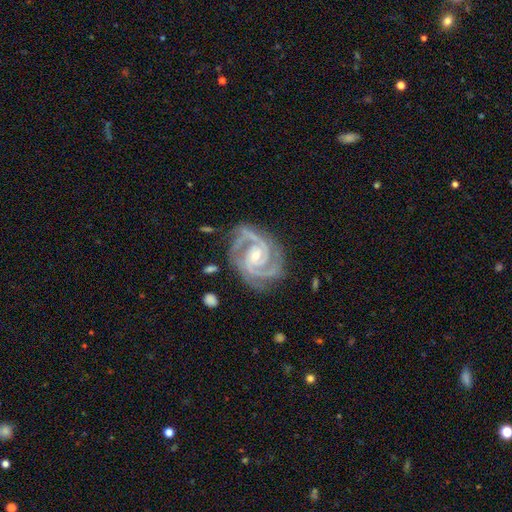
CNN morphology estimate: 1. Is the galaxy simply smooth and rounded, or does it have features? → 93% featured or disk, 4% star or artifact, 2% smooth.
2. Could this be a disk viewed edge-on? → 98% no, 2% yes.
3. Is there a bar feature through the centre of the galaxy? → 54% no, 31% weak, 15% strong.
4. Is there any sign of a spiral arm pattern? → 99% yes, 1% no.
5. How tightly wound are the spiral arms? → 62% tight, 35% medium, 3% loose.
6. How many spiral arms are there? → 51% 2, 34% 3, 5% 4, 5% can't tell, 3% more than 4, 3% 1.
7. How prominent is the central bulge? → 61% small, 36% moderate, 1% large, 1% none, 1% dominant.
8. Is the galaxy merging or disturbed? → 76% none, 17% minor disturbance, 5% major disturbance, 2% merger.